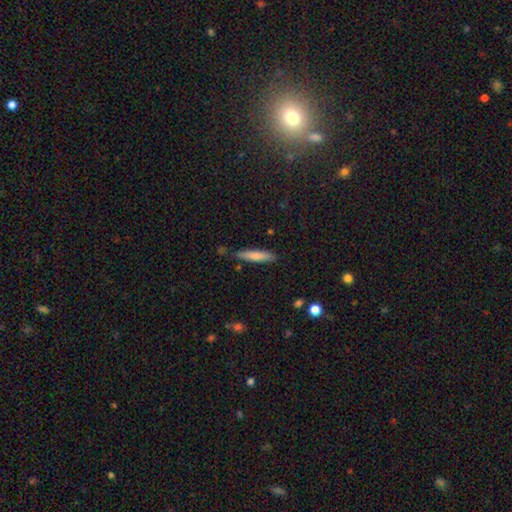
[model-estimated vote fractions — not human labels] This is likely a smooth galaxy (74%). How rounded: clearly cigar-shaped (87%). Merging: clearly none (84%).